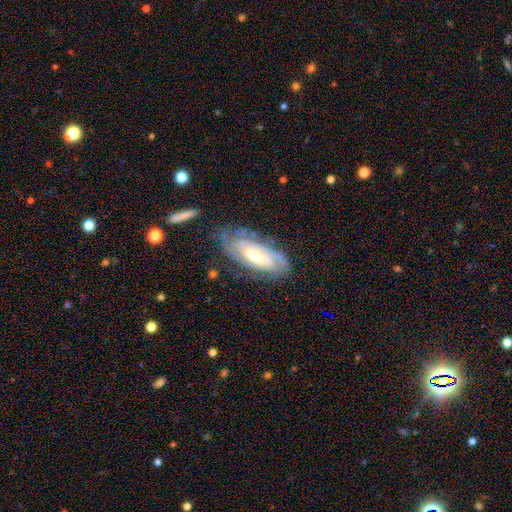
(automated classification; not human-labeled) The model was most divided on "spiral arm count": can't tell: 40%, 2: 34%, 3: 13%, 4: 6%, 1: 5%, more than 4: 3%. Remaining: spiral arms — yes (92%); edge-on disk — no (91%); smooth or featured — featured or disk (80%); merging — none (68%); spiral winding — tight (64%); bulge size — moderate (49%); bar — weak (44%).